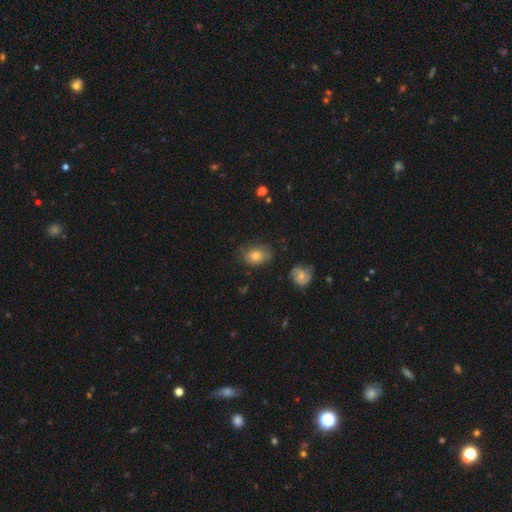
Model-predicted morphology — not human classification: type=smooth (64%); roundness=in between (62%); merging=none (65%).